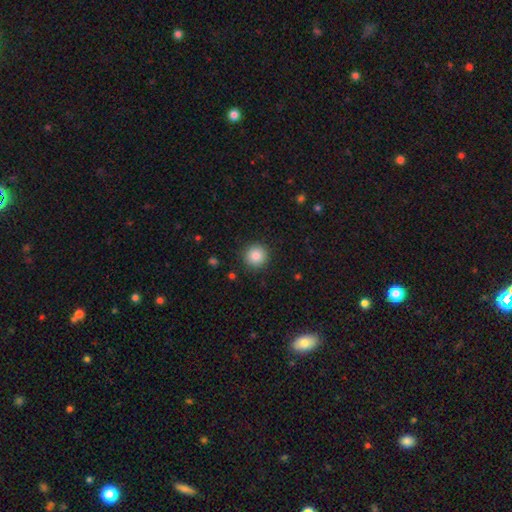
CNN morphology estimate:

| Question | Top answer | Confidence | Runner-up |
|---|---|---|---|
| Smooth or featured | smooth | 86% | star or artifact (9%) |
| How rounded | round | 95% | in between (4%) |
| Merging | none | 91% | minor disturbance (6%) |